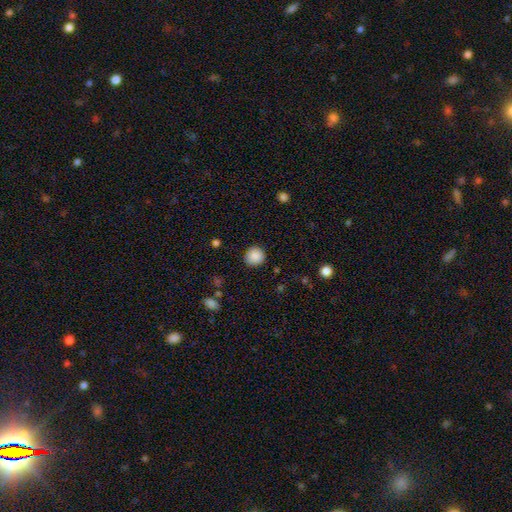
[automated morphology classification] This is clearly a smooth galaxy (88%). How rounded: clearly round (90%). Merging: clearly none (88%).